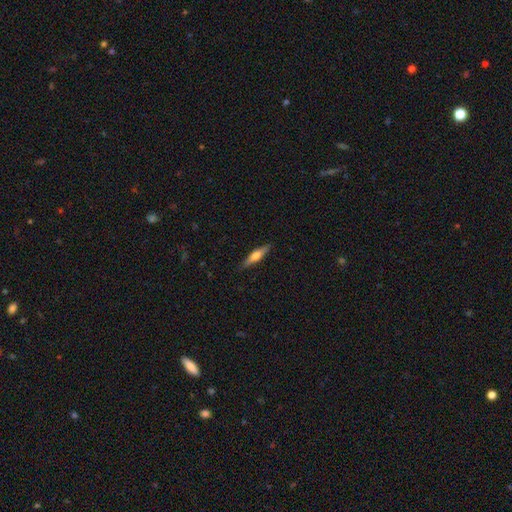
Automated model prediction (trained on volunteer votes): featured or disk 48%, smooth 47%, star or artifact 6%. Down the decision tree: merging — none (88%).